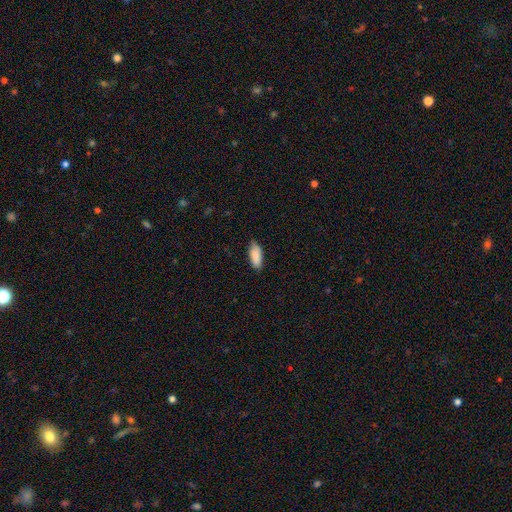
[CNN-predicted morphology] A smooth galaxy with no disk features (87%) that is in between round and cigar-shaped (79%).

Vote fractions:
- Smooth or featured? smooth: 87% / featured or disk: 7% / star or artifact: 6%
- How rounded? in between: 79% / cigar-shaped: 19% / round: 2%
- Merging? none: 81% / minor disturbance: 15% / major disturbance: 2% / merger: 1%